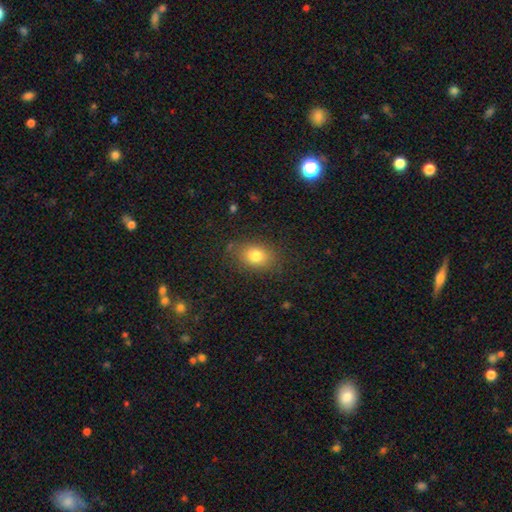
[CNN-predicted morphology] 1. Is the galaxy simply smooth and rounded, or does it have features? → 79% smooth, 11% star or artifact, 10% featured or disk.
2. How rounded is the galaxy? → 68% in between, 31% round, 1% cigar-shaped.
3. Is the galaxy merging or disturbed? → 81% none, 13% minor disturbance, 4% major disturbance, 2% merger.